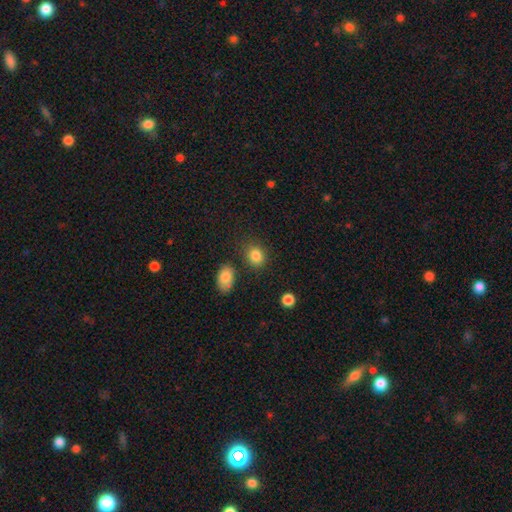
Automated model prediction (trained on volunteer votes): smooth_or_featured: smooth (p=0.85) [alt: star or artifact p=0.10]
how_rounded: round (p=0.61) [alt: in between p=0.38]
merging: none (p=0.80) [alt: minor disturbance p=0.11]